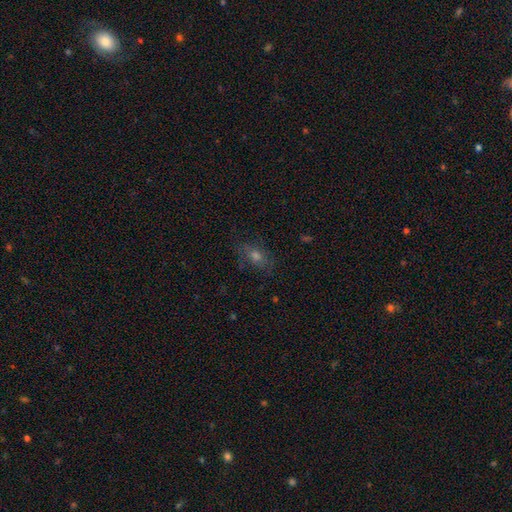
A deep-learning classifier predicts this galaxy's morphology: This is possibly a smooth galaxy (51%). How rounded: likely in between (71%). Merging: likely none (77%).